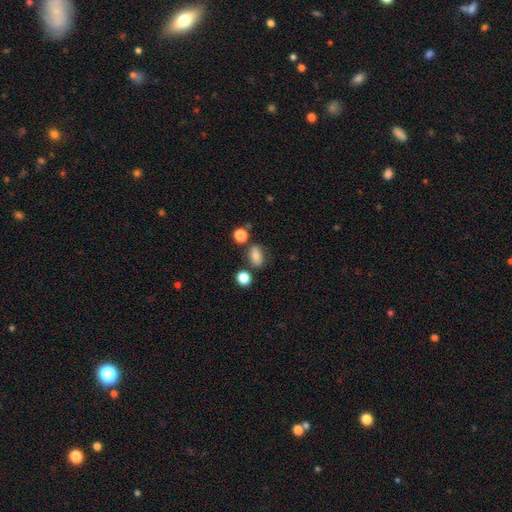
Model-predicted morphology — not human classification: smooth_or_featured: smooth (p=0.78) [alt: star or artifact p=0.11]
how_rounded: in between (p=0.78) [alt: round p=0.19]
merging: none (p=0.71) [alt: minor disturbance p=0.15]